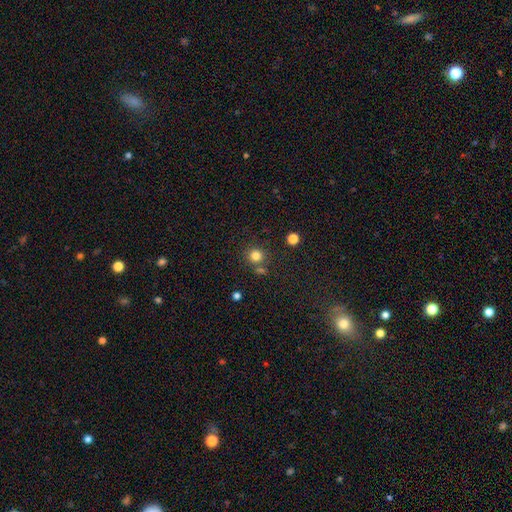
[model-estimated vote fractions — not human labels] Overall: smooth (80%). How rounded: round (91%). Merging: none (74%).